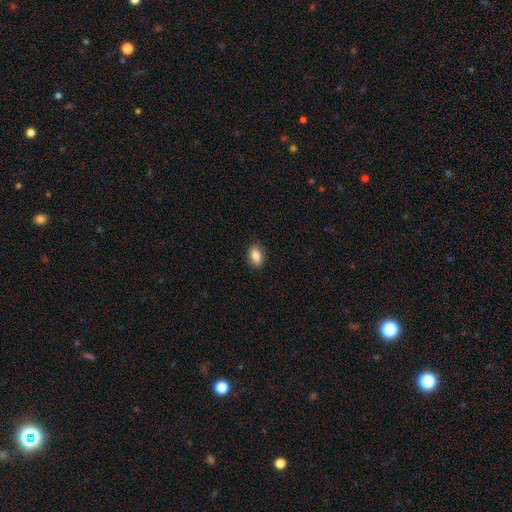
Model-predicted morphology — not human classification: smooth_or_featured: smooth (p=0.85) [alt: star or artifact p=0.08]
how_rounded: in between (p=0.86) [alt: round p=0.12]
merging: none (p=0.88) [alt: minor disturbance p=0.09]